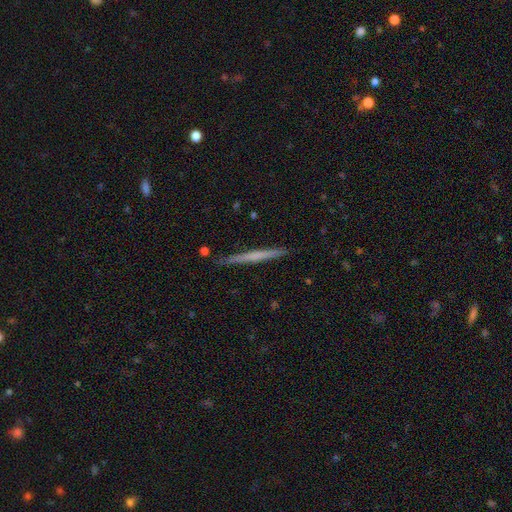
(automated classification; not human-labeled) Smooth or featured? Predicted: featured or disk (p=0.52). Edge-on disk? Predicted: yes (p=0.98). Edge-on bulge? Predicted: none (p=0.81). Merging? Predicted: none (p=0.90).